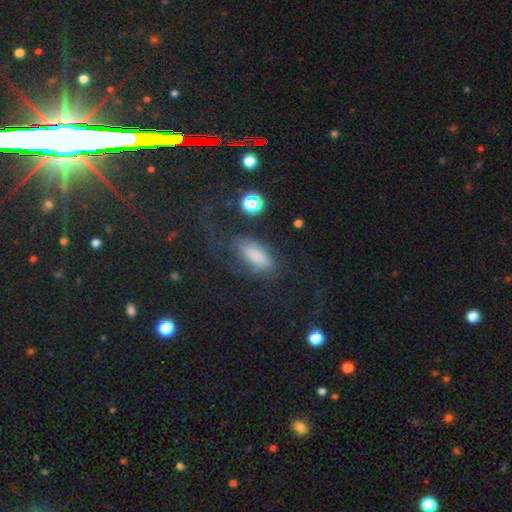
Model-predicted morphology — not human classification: This appears to be a smooth galaxy with no disk features (59%) that is in between round and cigar-shaped (81%). Merging: none (50%).